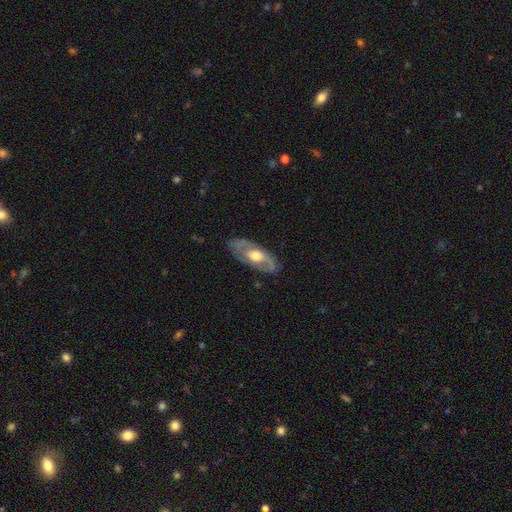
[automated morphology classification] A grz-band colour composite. It shows a featured or disk galaxy (67%) with no bar (74%), spiral arms (63%) and a moderate central bulge (61%). Merging: none (76%).